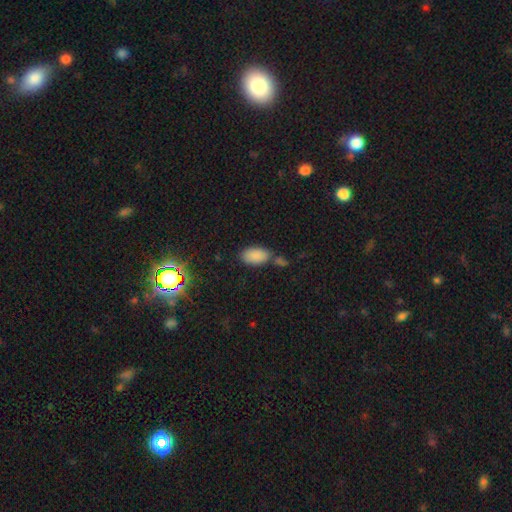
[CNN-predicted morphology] type=smooth (86%); roundness=in between (94%); merging=none (63%).